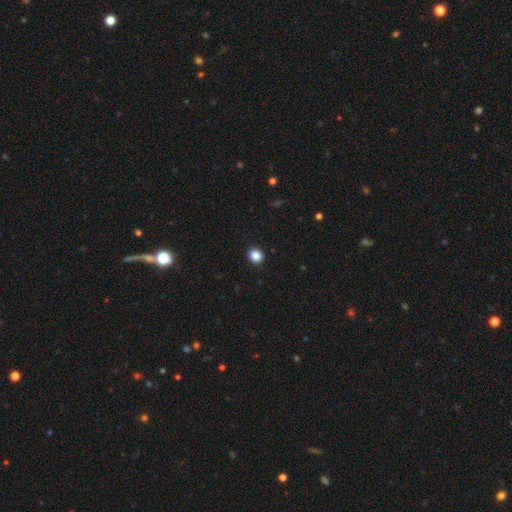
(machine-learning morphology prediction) Smooth or featured? Predicted: smooth (p=0.86). How rounded? Predicted: round (p=0.72). Merging? Predicted: none (p=0.92).